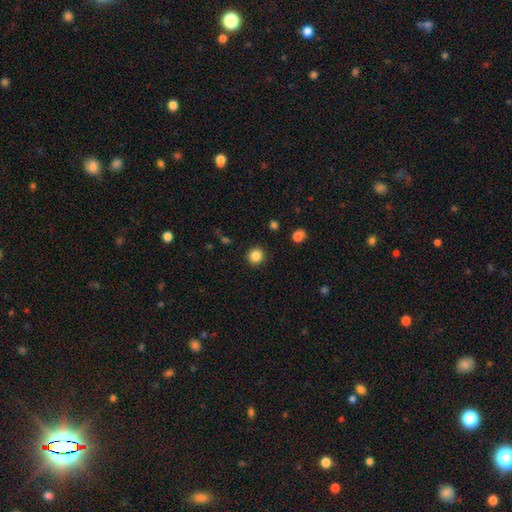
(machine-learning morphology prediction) Smooth or featured? Predicted: smooth (p=0.85). How rounded? Predicted: round (p=0.93). Merging? Predicted: none (p=0.91).